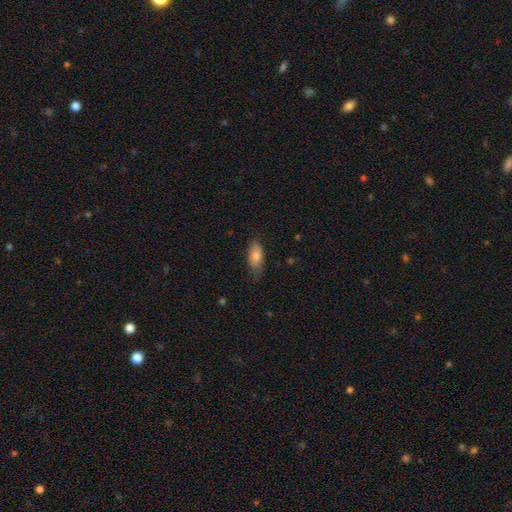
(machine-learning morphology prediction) This is likely a smooth galaxy (80%). How rounded: clearly in between (85%). Merging: likely none (72%).